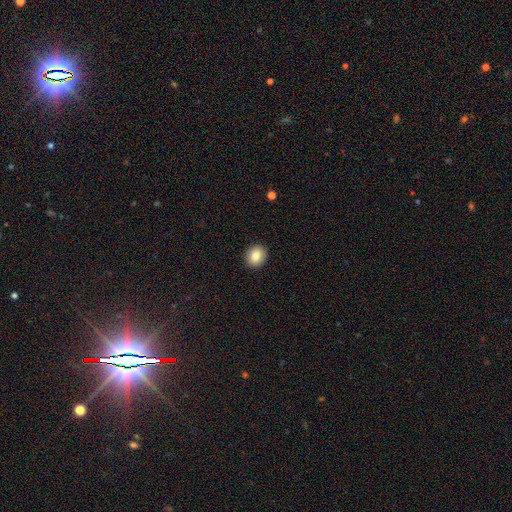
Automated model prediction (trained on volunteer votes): Morphology: type=smooth (85%); roundness=round (71%); merging=none (91%).